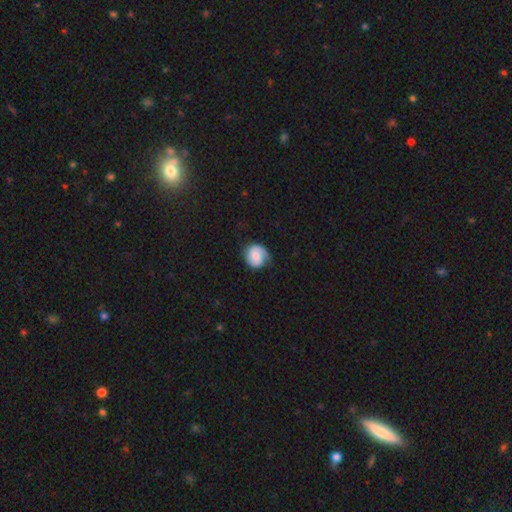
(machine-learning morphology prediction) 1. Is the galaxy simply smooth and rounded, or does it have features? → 50% smooth, 42% featured or disk, 8% star or artifact.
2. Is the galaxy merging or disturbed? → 72% none, 21% minor disturbance, 6% major disturbance, 1% merger.